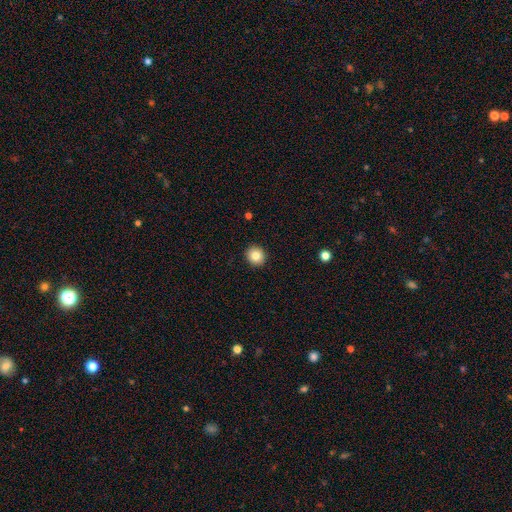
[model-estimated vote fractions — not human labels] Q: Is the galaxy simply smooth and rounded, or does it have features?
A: smooth — 83%.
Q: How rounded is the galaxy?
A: round — 88%.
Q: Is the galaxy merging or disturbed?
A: none — 92%.